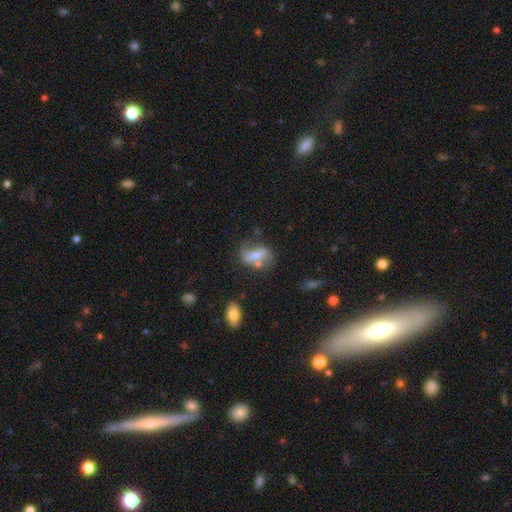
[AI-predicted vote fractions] This appears to be a smooth galaxy with no disk features (55%) that is in between round and cigar-shaped (72%). Merging: none (47%).